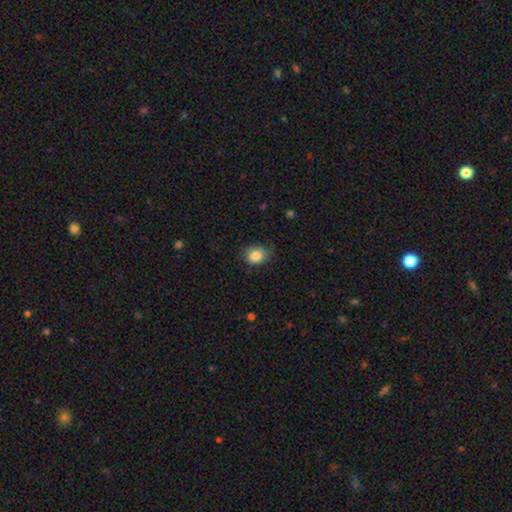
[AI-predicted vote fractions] smooth_or_featured: smooth (p=0.85) [alt: star or artifact p=0.09]
how_rounded: round (p=0.55) [alt: in between p=0.44]
merging: none (p=0.74) [alt: minor disturbance p=0.21]